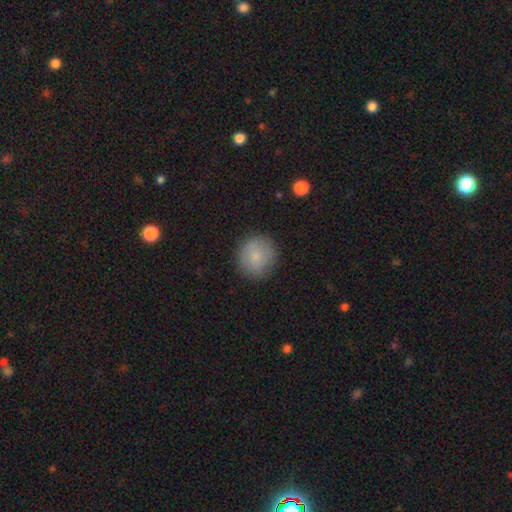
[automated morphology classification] This appears to be a smooth galaxy with no disk features (79%) that is round (90%). Merging: none (86%).